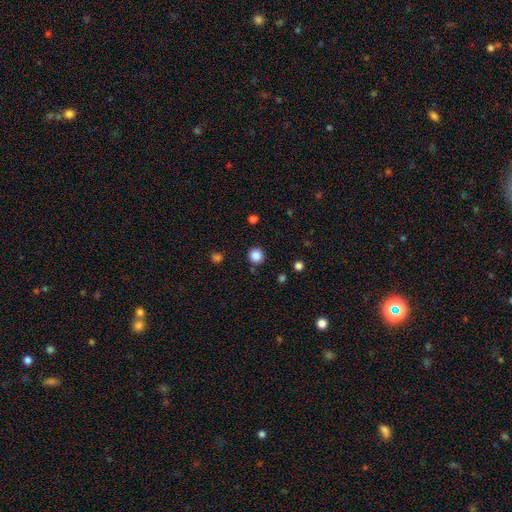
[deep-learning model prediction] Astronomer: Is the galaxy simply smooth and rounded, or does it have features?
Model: smooth — 85%.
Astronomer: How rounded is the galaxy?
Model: round — 94%.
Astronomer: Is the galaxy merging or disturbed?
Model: none — 89%.